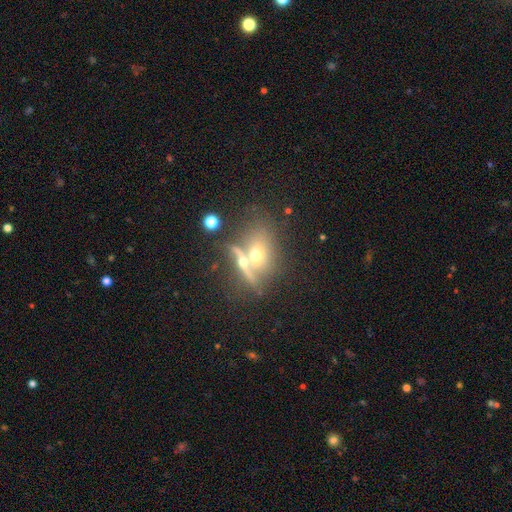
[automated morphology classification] Overall: smooth (44%; featured or disk 41%). Merging: merger (46%; none 36%).